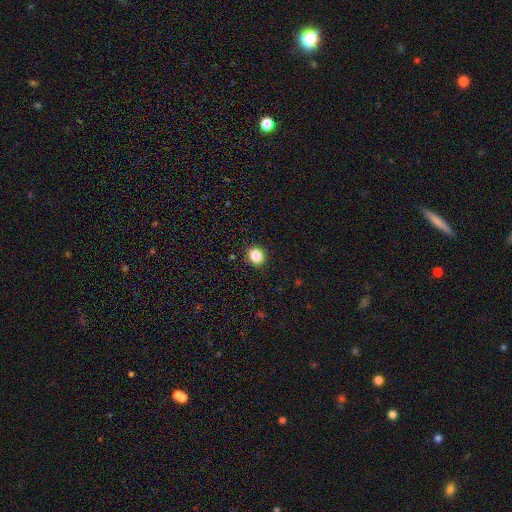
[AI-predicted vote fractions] smooth 86%, star or artifact 10%, featured or disk 4%. Down the decision tree: how rounded — round (69%); merging — none (91%).